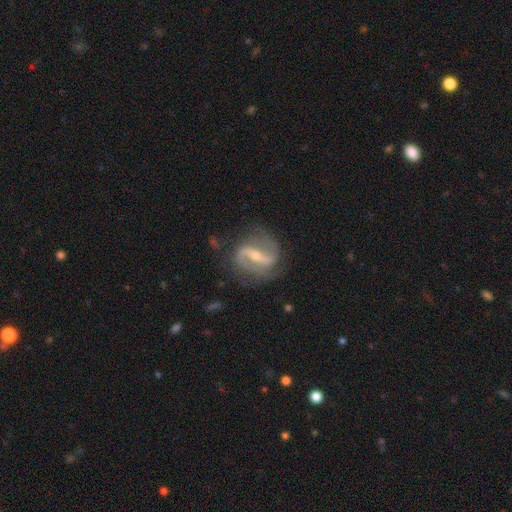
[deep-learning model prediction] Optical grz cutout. It shows a featured or disk galaxy (88%) with a strong bar (66%), 2 (90%) medium (46%) spiral arms (95%) and a small central bulge (57%). Merging: none (76%).